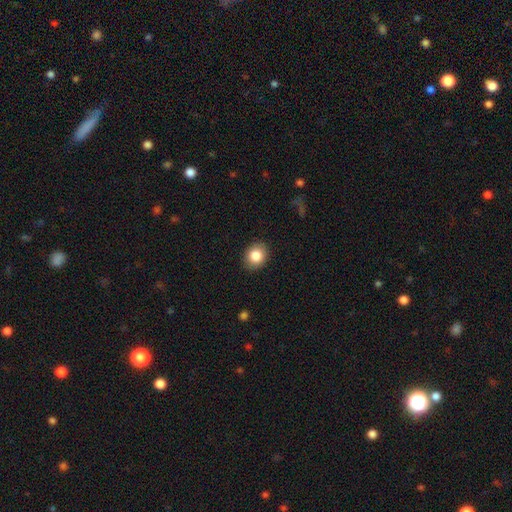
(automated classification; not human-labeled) Q: Smooth or featured?
A: smooth (85%); runner-up: star or artifact (9%)
Q: How rounded?
A: round (56%); runner-up: in between (43%)
Q: Merging?
A: none (89%); runner-up: minor disturbance (8%)